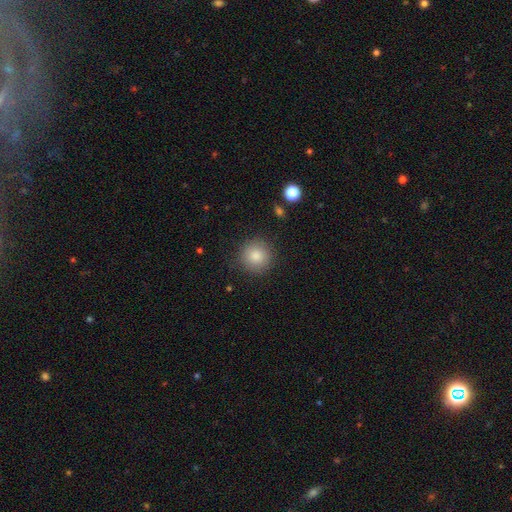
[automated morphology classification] Smooth or featured: smooth — 83% (star or artifact — 11%)
How rounded: round — 94% (in between — 5%)
Merging: none — 89% (minor disturbance — 7%)